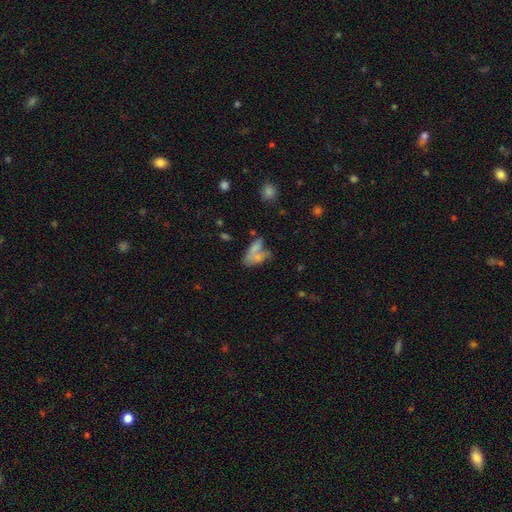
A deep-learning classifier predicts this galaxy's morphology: type=smooth (66%); roundness=in between (82%); merging=merger (45%).